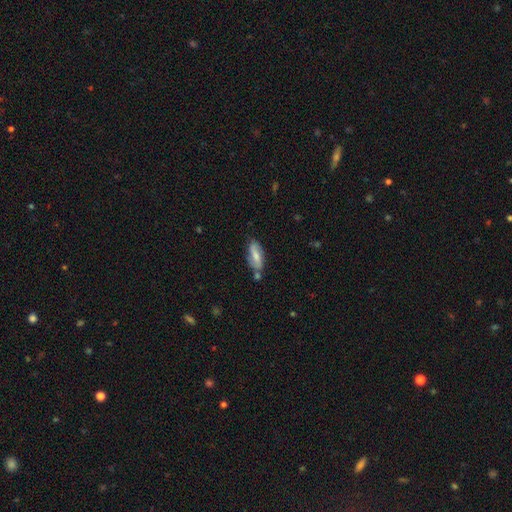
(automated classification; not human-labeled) Smooth or featured? Predicted: smooth (p=0.61). How rounded? Predicted: in between (p=0.74). Merging? Predicted: none (p=0.64).